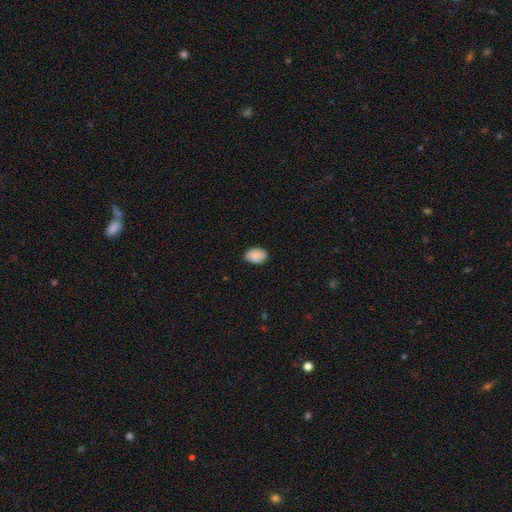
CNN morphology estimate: Q: Smooth or featured?
A: smooth (87%); runner-up: star or artifact (7%)
Q: How rounded?
A: in between (84%); runner-up: round (15%)
Q: Merging?
A: none (76%); runner-up: minor disturbance (20%)